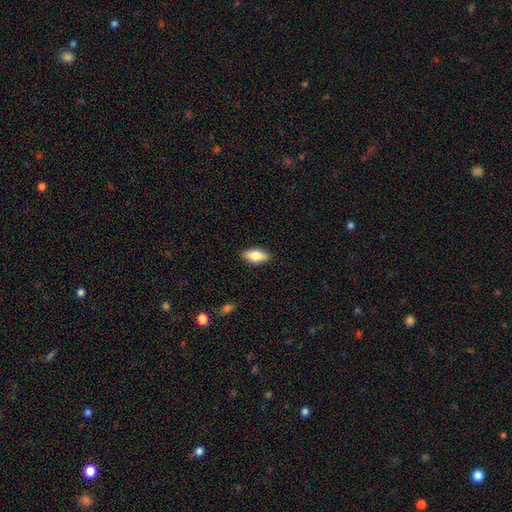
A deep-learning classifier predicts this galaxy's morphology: This is likely a smooth galaxy (78%). How rounded: clearly in between (87%). Merging: clearly none (89%).